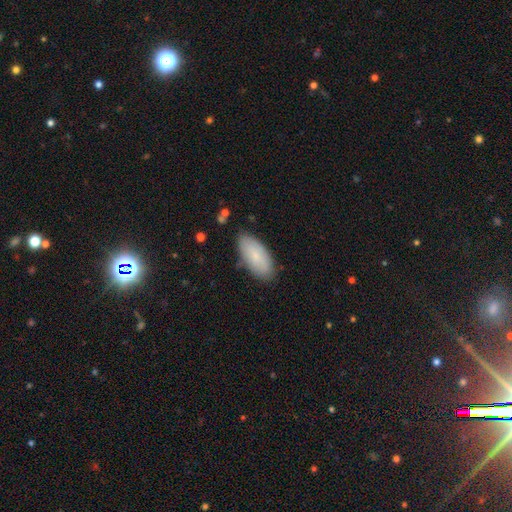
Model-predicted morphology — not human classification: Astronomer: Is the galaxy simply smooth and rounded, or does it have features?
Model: smooth — 80%.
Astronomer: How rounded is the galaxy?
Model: in between — 91%.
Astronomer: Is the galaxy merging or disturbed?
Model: none — 82%.